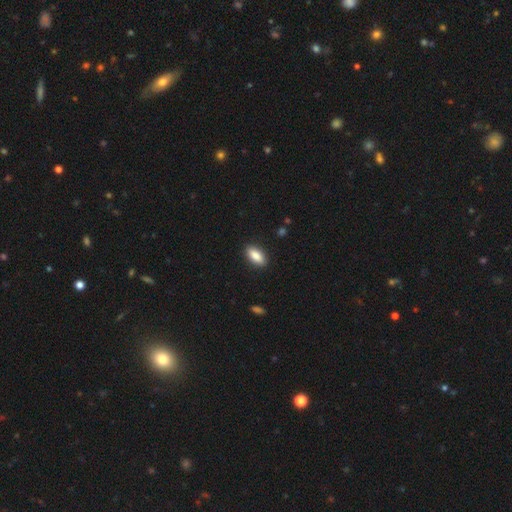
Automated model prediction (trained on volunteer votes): The model was most divided on "how rounded": in between: 87%, cigar-shaped: 10%, round: 3%. More confident: merging — none (89%); smooth or featured — smooth (87%).